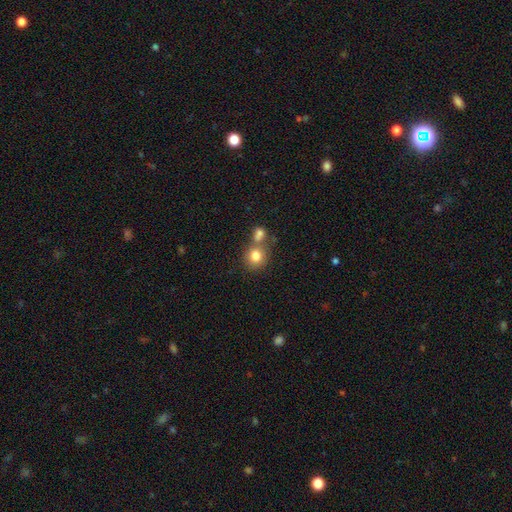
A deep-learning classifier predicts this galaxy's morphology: A smooth galaxy with no disk features (81%) that is round (82%). Merging: none (51%).